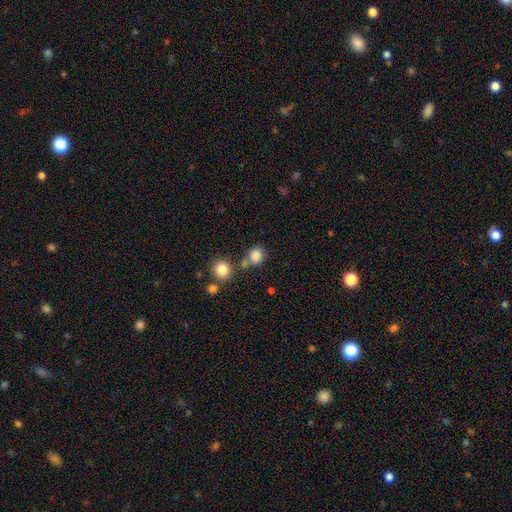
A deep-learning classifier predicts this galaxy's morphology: A smooth galaxy with no disk features (83%) that is round (73%). Merging: none (60%).